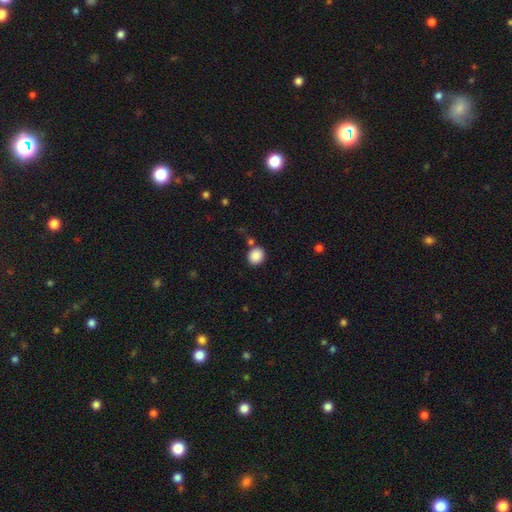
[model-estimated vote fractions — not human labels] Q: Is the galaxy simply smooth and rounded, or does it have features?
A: smooth — 87%.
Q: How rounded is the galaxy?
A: round — 76%.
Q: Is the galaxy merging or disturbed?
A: none — 78%.